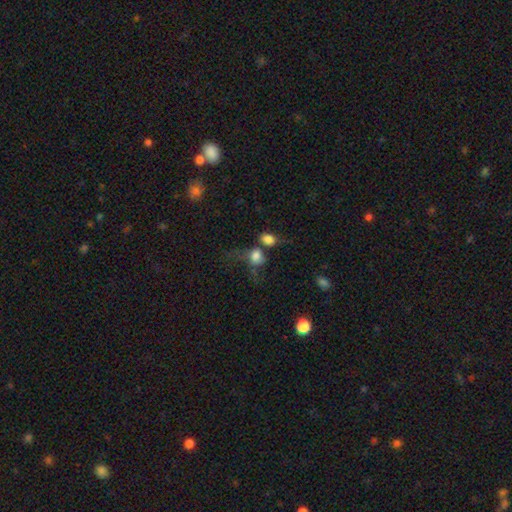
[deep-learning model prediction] Smooth or featured? smooth (75%)
How rounded? round (56%)
Merging? merger (39%)